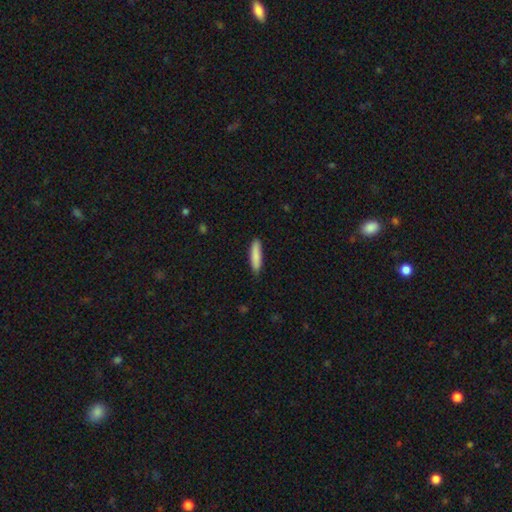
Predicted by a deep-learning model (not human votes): A smooth galaxy with no disk features (86%) that is cigar-shaped (78%). Merging: none (84%).